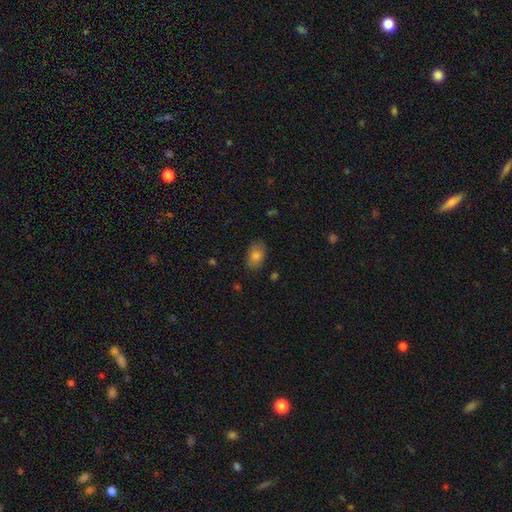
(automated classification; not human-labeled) Q: Smooth or featured?
A: smooth (82%); runner-up: featured or disk (9%)
Q: How rounded?
A: in between (85%); runner-up: round (14%)
Q: Merging?
A: none (82%); runner-up: minor disturbance (13%)